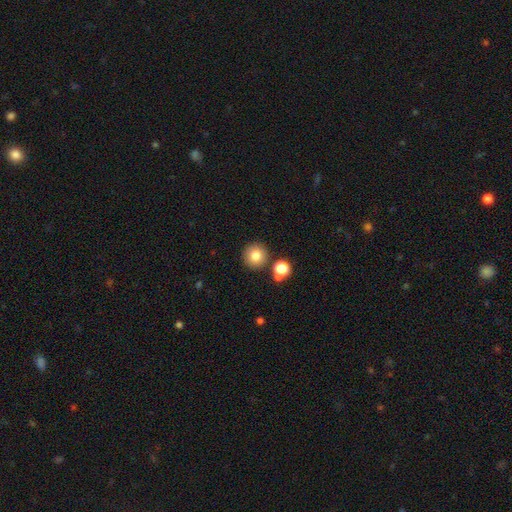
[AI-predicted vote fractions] A smooth galaxy with no disk features (82%) that is round (94%).

Vote fractions:
- Smooth or featured? smooth: 82% / star or artifact: 11% / featured or disk: 8%
- How rounded? round: 94% / in between: 5% / cigar-shaped: 1%
- Merging? none: 83% / merger: 8% / minor disturbance: 7% / major disturbance: 2%